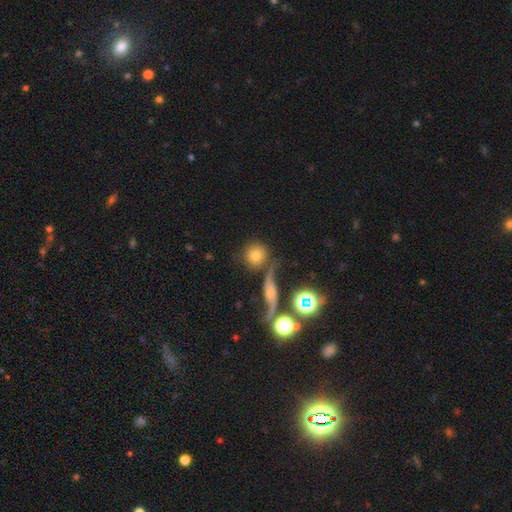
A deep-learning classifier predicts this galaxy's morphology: Smooth or featured? Predicted: smooth (p=0.71). How rounded? Predicted: round (p=0.89). Merging? Predicted: none (p=0.64).